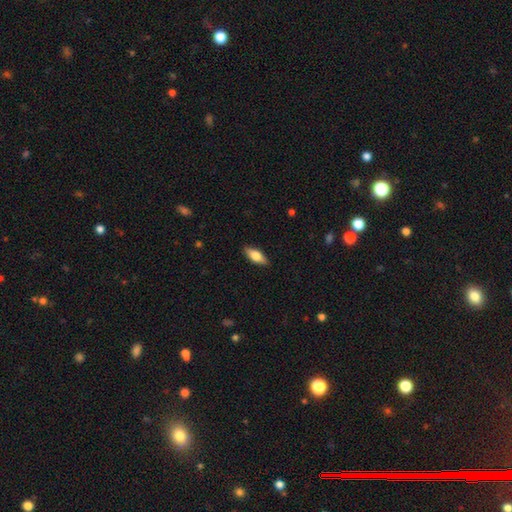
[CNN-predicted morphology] type=smooth (66%); roundness=in between (73%); merging=none (88%).